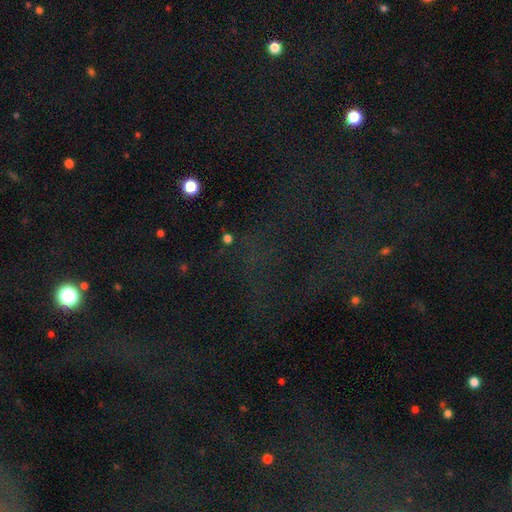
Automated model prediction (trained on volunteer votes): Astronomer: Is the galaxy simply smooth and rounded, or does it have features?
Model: star or artifact — 71%.